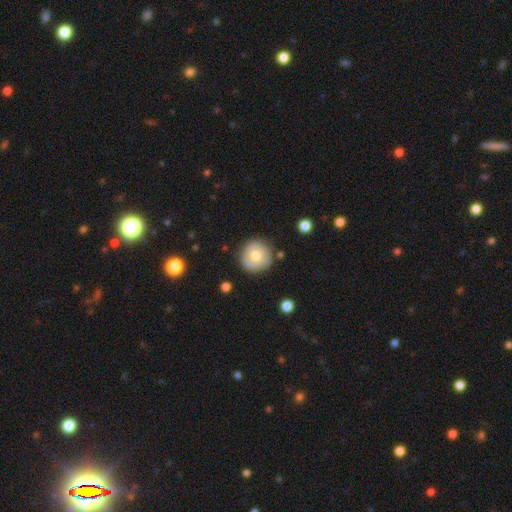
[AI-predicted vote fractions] Overall: smooth (64%; featured or disk 28%). How rounded: round (93%). Merging: none (81%).